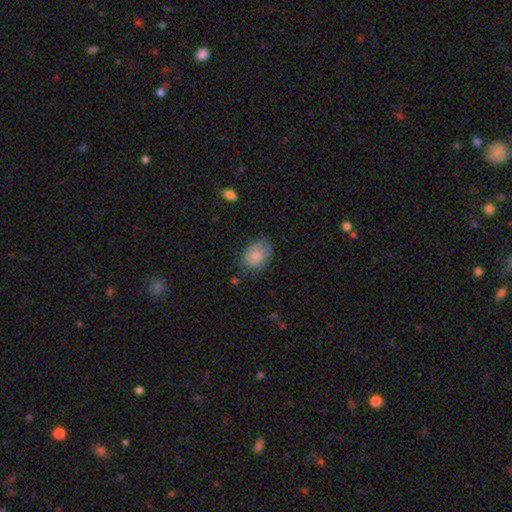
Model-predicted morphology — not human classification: This appears to be a smooth galaxy with no disk features (80%) that is in between round and cigar-shaped (78%). Merging: none (66%).